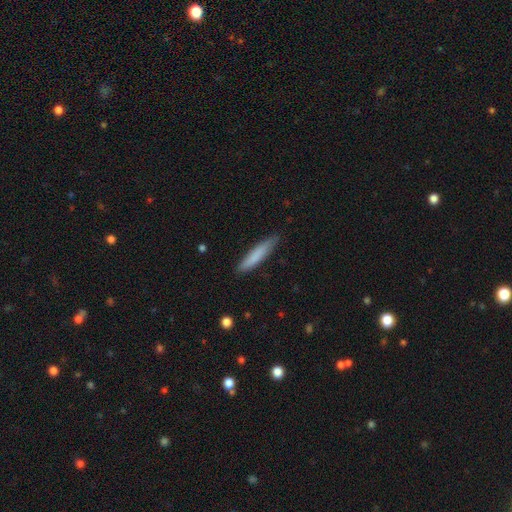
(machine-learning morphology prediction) A smooth galaxy with no disk features (80%) that is cigar-shaped (88%). Merging: none (83%).